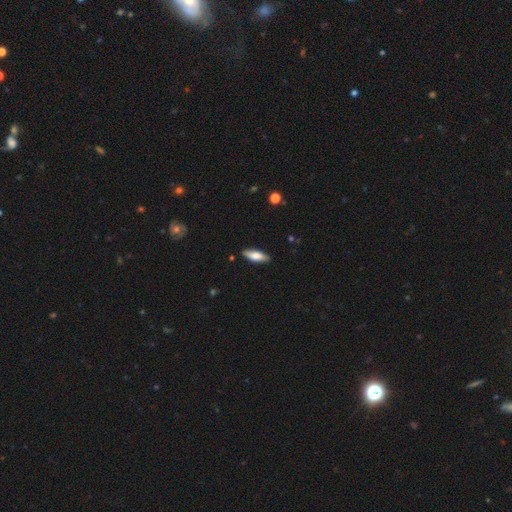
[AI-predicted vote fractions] Smooth or featured?
  - smooth: 66% *
  - featured or disk: 28%
  - star or artifact: 6%
How rounded?
  - in between: 56% *
  - cigar-shaped: 42%
  - round: 2%
Merging?
  - none: 88% *
  - minor disturbance: 9%
  - major disturbance: 2%
  - merger: 1%